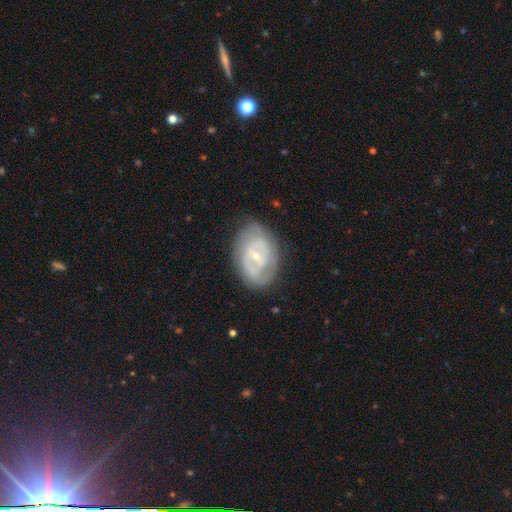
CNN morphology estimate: This is likely a featured or disk galaxy (72%). It is clearly not viewed edge-on (95%). Bar: marginally no (43%). Spiral arm pattern: likely yes (66%). Central bulge: likely small (69%). Merging: likely none (75%).